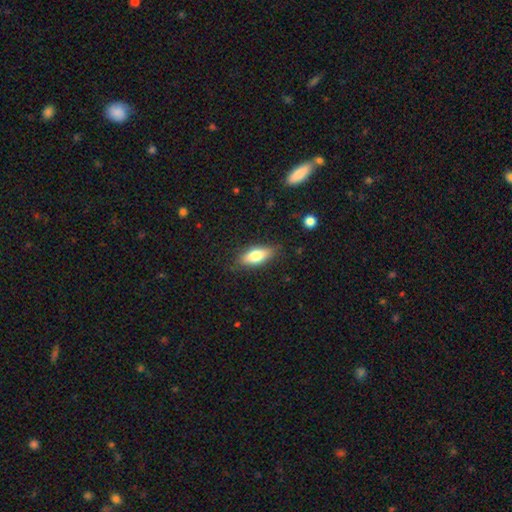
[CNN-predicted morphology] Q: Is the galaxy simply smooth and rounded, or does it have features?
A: smooth — 75%.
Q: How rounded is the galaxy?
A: in between — 79%.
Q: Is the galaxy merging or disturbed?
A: none — 82%.